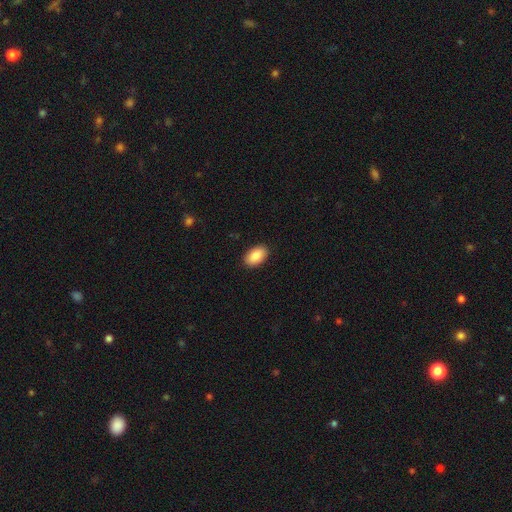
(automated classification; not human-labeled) This appears to be a smooth galaxy with no disk features (87%) that is in between round and cigar-shaped (93%). Merging: none (91%).